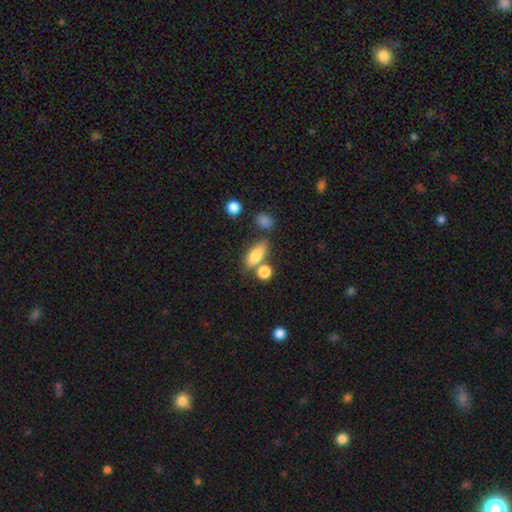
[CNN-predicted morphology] smooth-or-featured: smooth: 79% | featured or disk: 12% | star or artifact: 9%
  how-rounded: in between: 76% | cigar-shaped: 15% | round: 9%
  merging: none: 58% | merger: 22% | minor disturbance: 14% | major disturbance: 6%